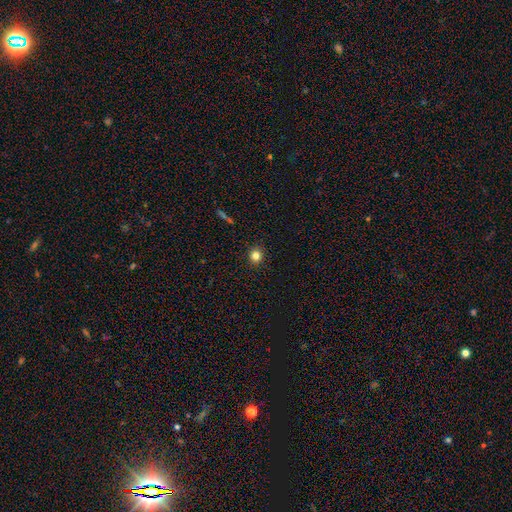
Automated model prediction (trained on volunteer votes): Q: Smooth or featured?
A: smooth (81%); runner-up: star or artifact (13%)
Q: How rounded?
A: round (89%); runner-up: in between (10%)
Q: Merging?
A: none (92%); runner-up: minor disturbance (6%)